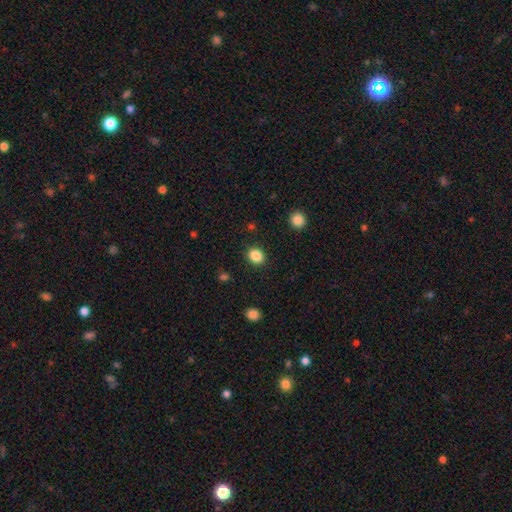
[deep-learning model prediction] A smooth galaxy with no disk features (86%) that is round (60%).

Vote fractions:
- Smooth or featured? smooth: 86% / star or artifact: 10% / featured or disk: 4%
- How rounded? round: 60% / in between: 40% / cigar-shaped: 1%
- Merging? none: 89% / minor disturbance: 7% / major disturbance: 2% / merger: 1%